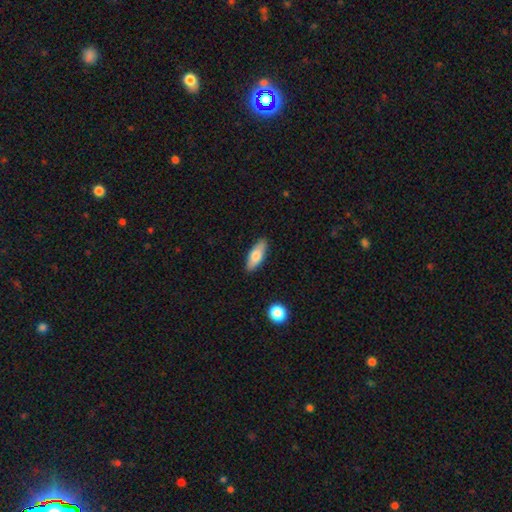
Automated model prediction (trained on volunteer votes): Q: Smooth or featured?
A: smooth (72%); runner-up: featured or disk (22%)
Q: How rounded?
A: in between (69%); runner-up: cigar-shaped (28%)
Q: Merging?
A: none (88%); runner-up: minor disturbance (9%)